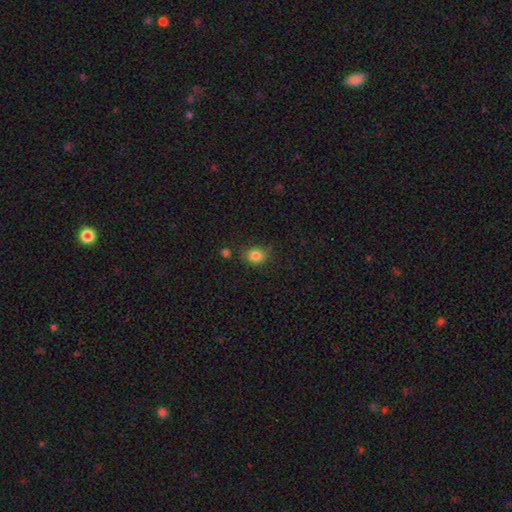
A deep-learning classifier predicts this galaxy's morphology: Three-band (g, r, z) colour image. It shows a smooth galaxy with no disk features (83%) that is round (53%). Merging: none (78%).